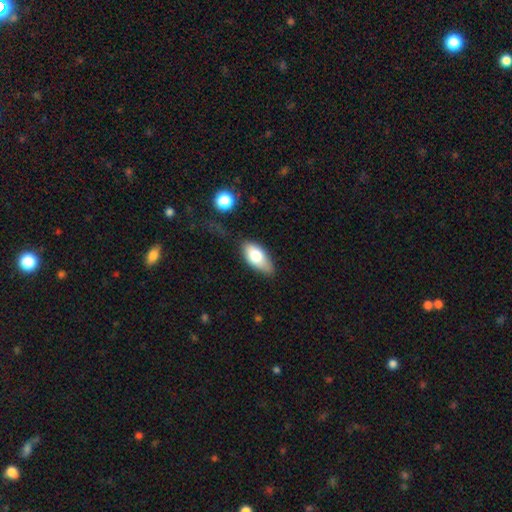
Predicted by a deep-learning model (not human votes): A smooth galaxy with no disk features (74%) that is in between round and cigar-shaped (90%). Merging: none (66%).